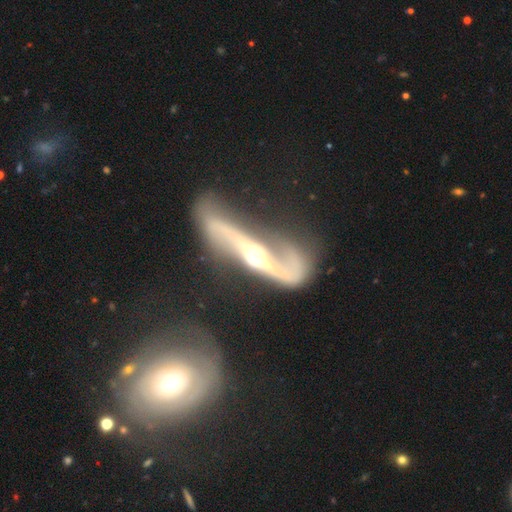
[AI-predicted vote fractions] A featured or disk galaxy (89%) with no bar (40%), 2 (91%) loose (69%) spiral arms (93%) and a moderate central bulge (63%). Merging: none (48%).